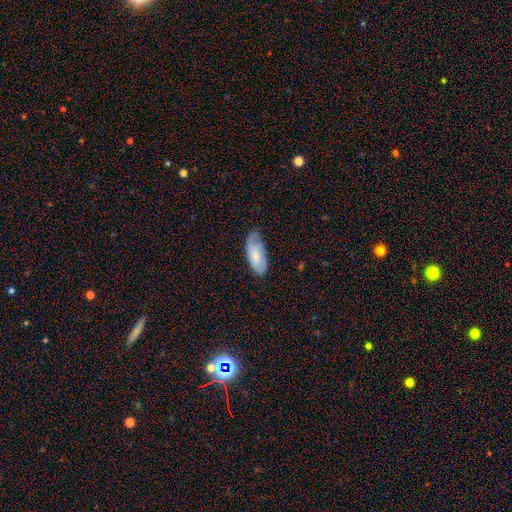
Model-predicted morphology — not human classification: Smooth or featured?
  - smooth: 65% *
  - featured or disk: 29%
  - star or artifact: 6%
How rounded?
  - in between: 88% *
  - cigar-shaped: 10%
  - round: 2%
Merging?
  - none: 63% *
  - minor disturbance: 29%
  - major disturbance: 7%
  - merger: 1%